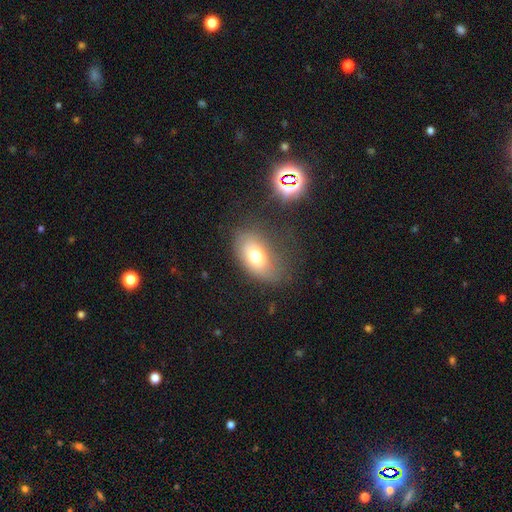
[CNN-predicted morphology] Smooth or featured?
  - smooth: 69% *
  - featured or disk: 20%
  - star or artifact: 11%
How rounded?
  - in between: 87% *
  - round: 11%
  - cigar-shaped: 2%
Merging?
  - none: 61% *
  - minor disturbance: 23%
  - major disturbance: 13%
  - merger: 3%